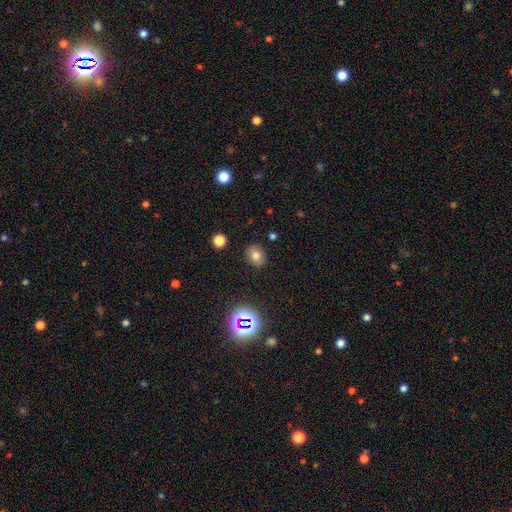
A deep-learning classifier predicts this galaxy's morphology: This is likely a smooth galaxy (74%). How rounded: possibly round (53%). Merging: clearly none (87%).